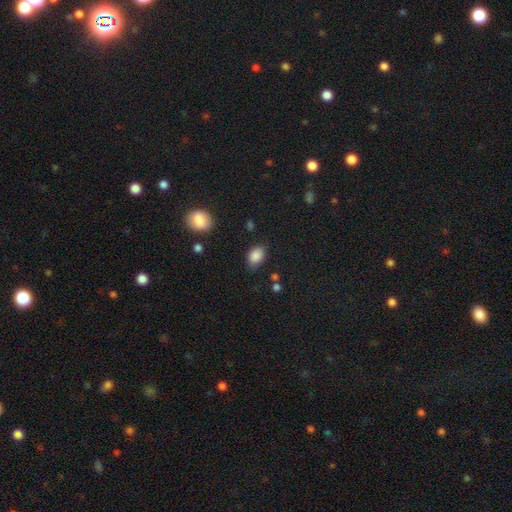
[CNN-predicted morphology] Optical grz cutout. It shows a smooth galaxy with no disk features (87%) that is in between round and cigar-shaped (80%). Merging: none (75%).